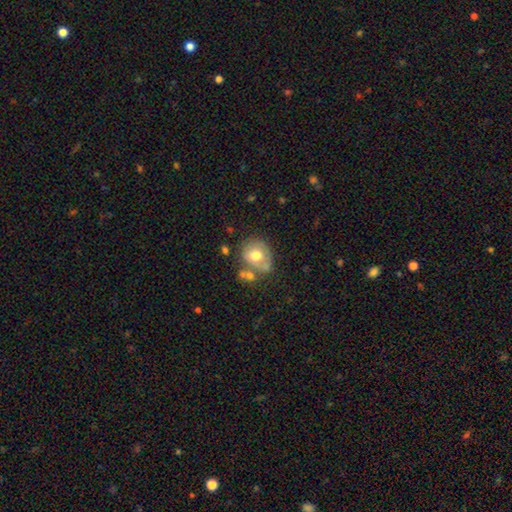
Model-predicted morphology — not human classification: Smooth or featured? smooth (60%)
How rounded? round (62%)
Merging? none (46%)